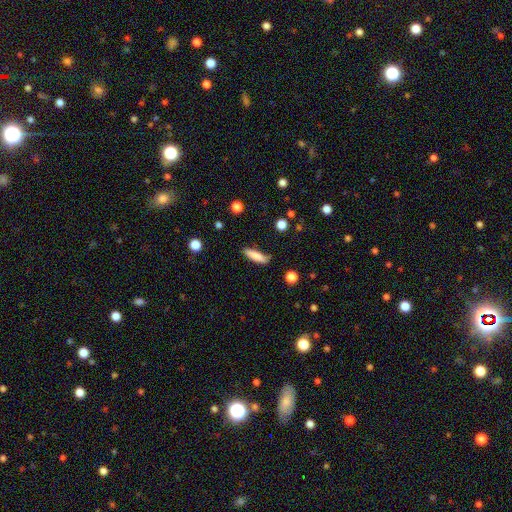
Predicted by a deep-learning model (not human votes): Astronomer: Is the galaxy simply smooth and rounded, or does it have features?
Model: smooth — 82%.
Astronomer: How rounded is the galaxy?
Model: cigar-shaped — 70%.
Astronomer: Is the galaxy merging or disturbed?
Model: none — 81%.